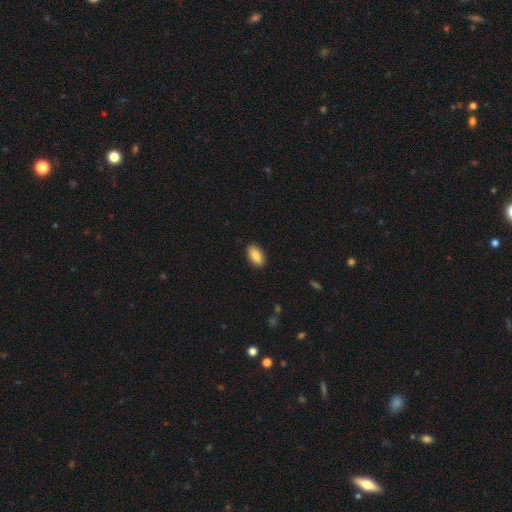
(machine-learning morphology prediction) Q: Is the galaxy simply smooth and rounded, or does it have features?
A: smooth — 86%.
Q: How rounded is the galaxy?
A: in between — 92%.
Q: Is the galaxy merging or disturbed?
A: none — 89%.